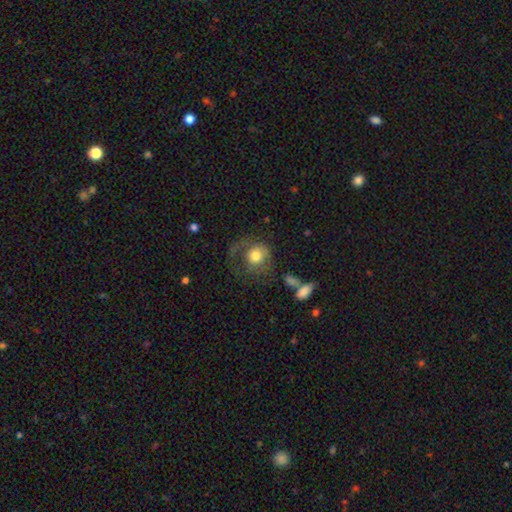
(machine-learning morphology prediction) A smooth galaxy with no disk features (63%) that is round (77%). Merging: major disturbance (43%).